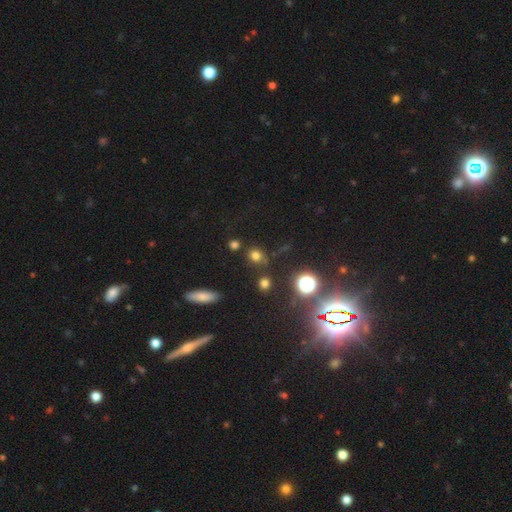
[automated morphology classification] Smooth or featured? smooth (70%)
How rounded? round (70%)
Merging? none (72%)